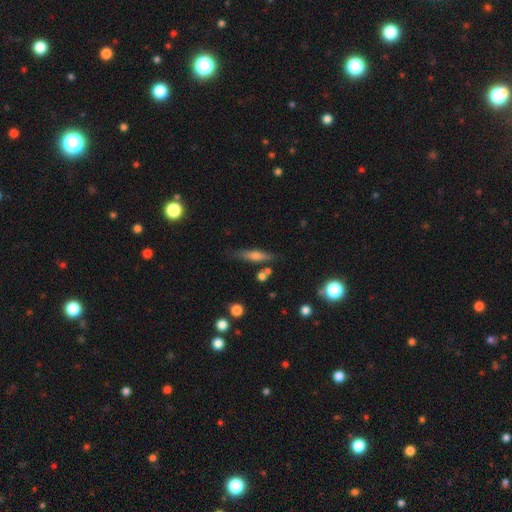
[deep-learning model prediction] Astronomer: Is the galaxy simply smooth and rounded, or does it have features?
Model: smooth — 52% (runner-up: featured or disk, 40%).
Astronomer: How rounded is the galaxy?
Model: cigar-shaped — 75%.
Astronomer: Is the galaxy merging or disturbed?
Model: none — 75%.